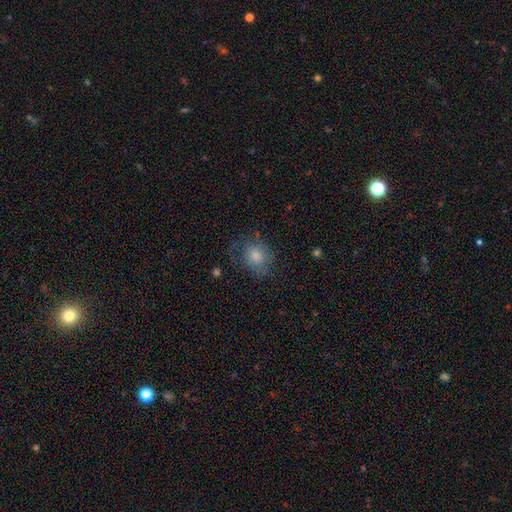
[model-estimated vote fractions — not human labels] Overall: smooth (61%; featured or disk 24%). How rounded: round (60%; in between 39%). Merging: none (65%).